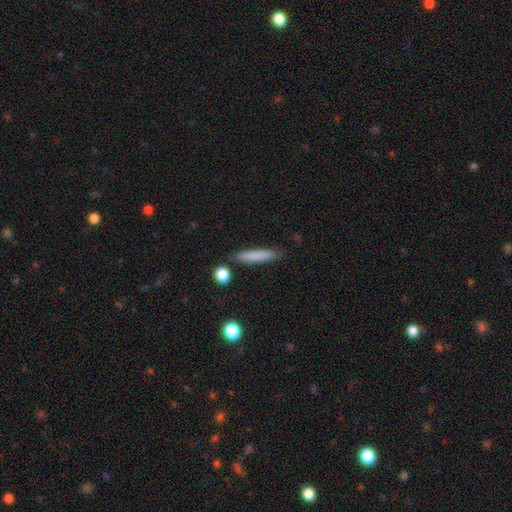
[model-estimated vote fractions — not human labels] A smooth galaxy with no disk features (80%) that is cigar-shaped (90%).

Vote fractions:
- Smooth or featured? smooth: 80% / featured or disk: 13% / star or artifact: 7%
- How rounded? cigar-shaped: 90% / in between: 9% / round: 2%
- Merging? none: 85% / minor disturbance: 10% / merger: 3% / major disturbance: 2%